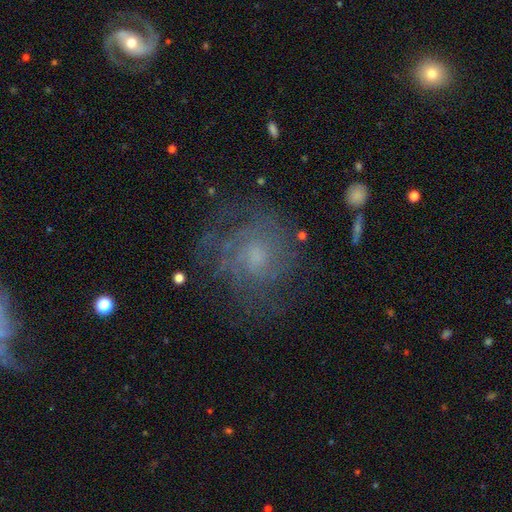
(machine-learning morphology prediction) Smooth or featured?
  - featured or disk: 64% *
  - smooth: 23%
  - star or artifact: 12%
Edge-on disk?
  - no: 97% *
  - yes: 3%
Bar?
  - no: 75% *
  - weak: 22%
  - strong: 3%
Spiral arms?
  - yes: 80% *
  - no: 20%
Bulge size?
  - small: 40% *
  - moderate: 37%
  - none: 17%
  - large: 6%
  - dominant: 1%
Merging?
  - none: 66% *
  - minor disturbance: 18%
  - major disturbance: 14%
  - merger: 2%